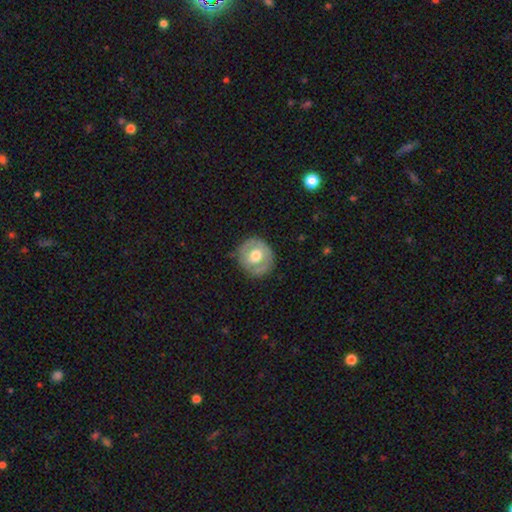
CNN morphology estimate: This appears to be a smooth galaxy with no disk features (52%) that is round (88%). Merging: none (81%).